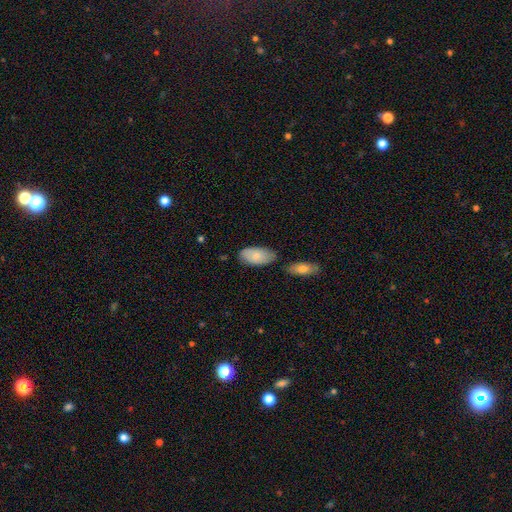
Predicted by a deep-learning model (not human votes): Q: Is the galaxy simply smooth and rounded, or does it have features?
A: smooth — 81%.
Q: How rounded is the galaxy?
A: in between — 94%.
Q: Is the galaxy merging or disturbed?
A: none — 64%.